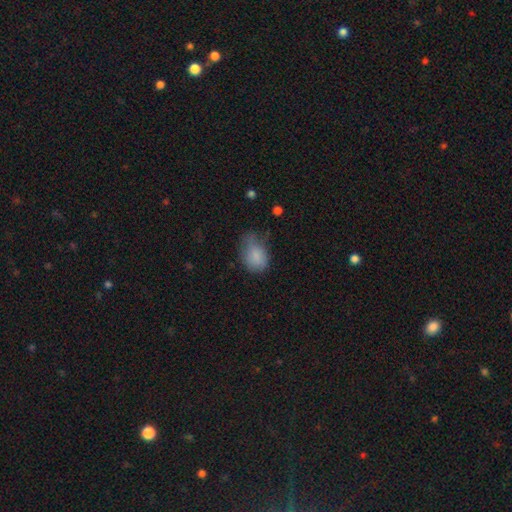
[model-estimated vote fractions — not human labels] Smooth or featured: smooth — 81% (featured or disk — 11%)
How rounded: in between — 77% (round — 22%)
Merging: minor disturbance — 41% (none — 38%)